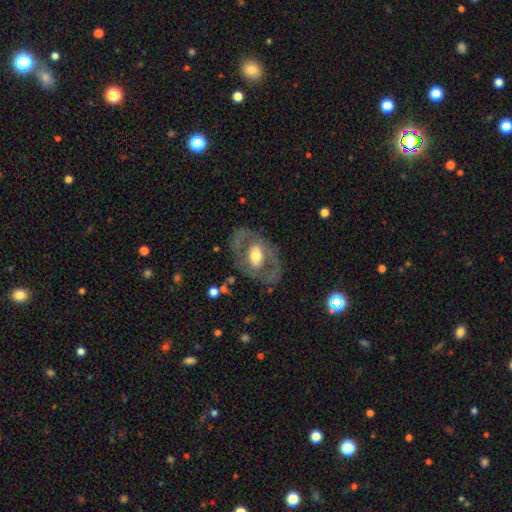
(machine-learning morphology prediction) This appears to be a featured or disk galaxy (65%) with no bar (53%), no spiral arms (68%) and a moderate central bulge (62%). Merging: none (71%).